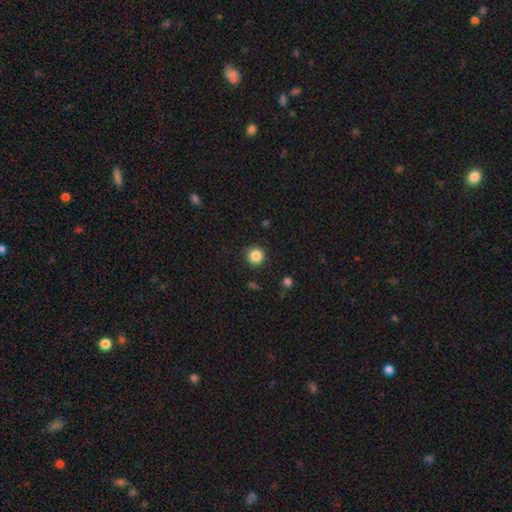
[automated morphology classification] Q: Smooth or featured?
A: smooth (86%); runner-up: star or artifact (11%)
Q: How rounded?
A: round (94%); runner-up: in between (5%)
Q: Merging?
A: none (88%); runner-up: minor disturbance (8%)